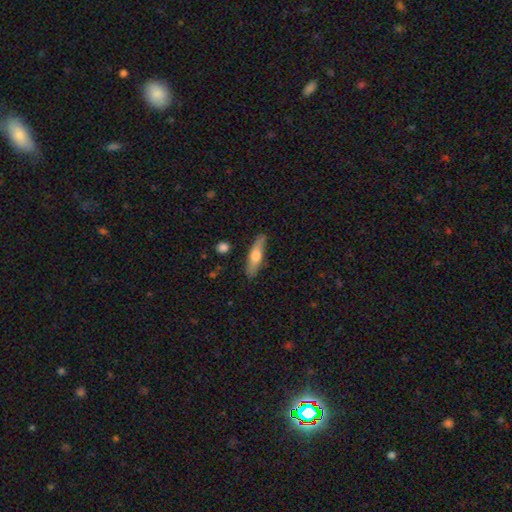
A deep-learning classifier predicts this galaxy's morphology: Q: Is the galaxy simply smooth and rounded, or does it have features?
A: smooth — 56%.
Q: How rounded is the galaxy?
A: cigar-shaped — 70%.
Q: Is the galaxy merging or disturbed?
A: none — 83%.